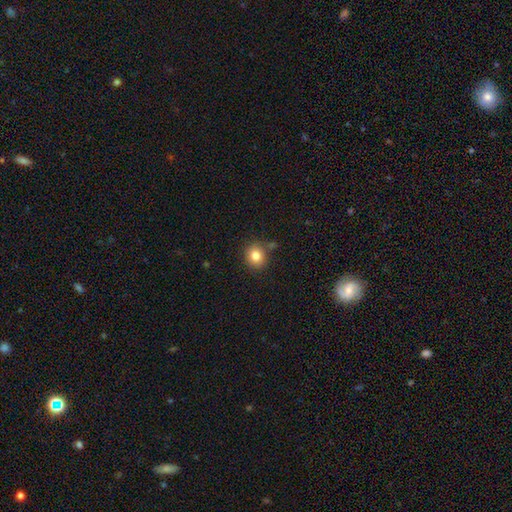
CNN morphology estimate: Smooth or featured? smooth (82%)
How rounded? round (77%)
Merging? none (79%)